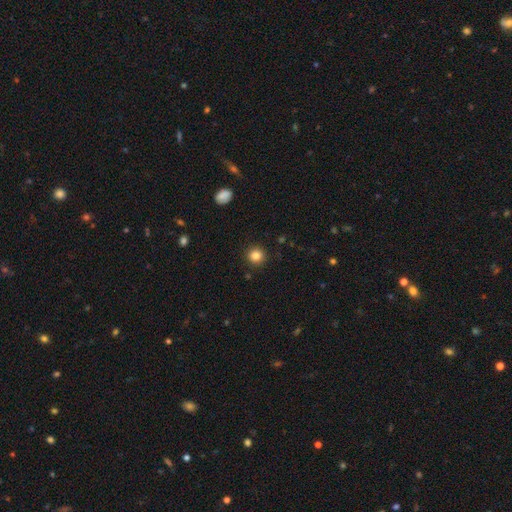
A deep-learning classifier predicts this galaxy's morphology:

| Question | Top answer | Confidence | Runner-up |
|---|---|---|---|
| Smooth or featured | smooth | 84% | star or artifact (11%) |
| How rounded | round | 93% | in between (6%) |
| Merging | none | 92% | minor disturbance (5%) |